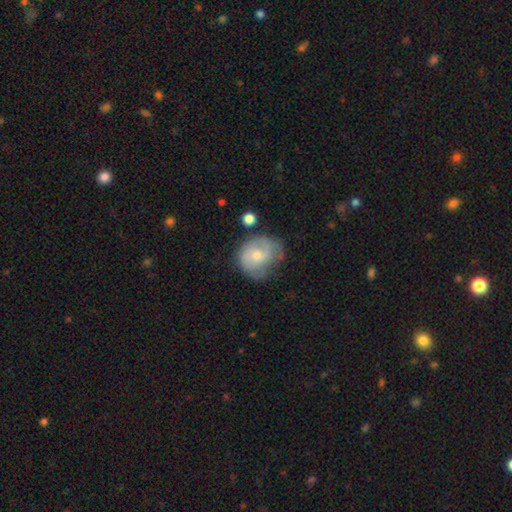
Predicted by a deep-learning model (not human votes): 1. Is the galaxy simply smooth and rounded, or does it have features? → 57% featured or disk, 37% smooth, 7% star or artifact.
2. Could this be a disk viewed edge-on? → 97% no, 3% yes.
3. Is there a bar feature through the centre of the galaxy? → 65% no, 30% weak, 4% strong.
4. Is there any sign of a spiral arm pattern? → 81% yes, 19% no.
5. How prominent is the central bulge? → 49% small, 44% moderate, 3% none, 3% large, 1% dominant.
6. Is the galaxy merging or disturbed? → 54% none, 29% minor disturbance, 13% major disturbance, 4% merger.